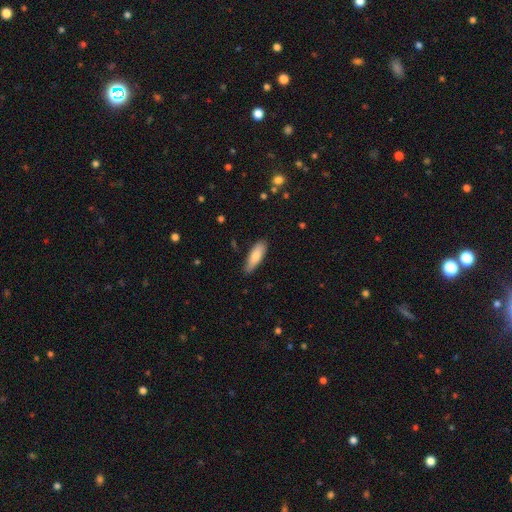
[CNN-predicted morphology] Overall: smooth (81%). How rounded: in between (53%; cigar-shaped 45%). Merging: none (80%).